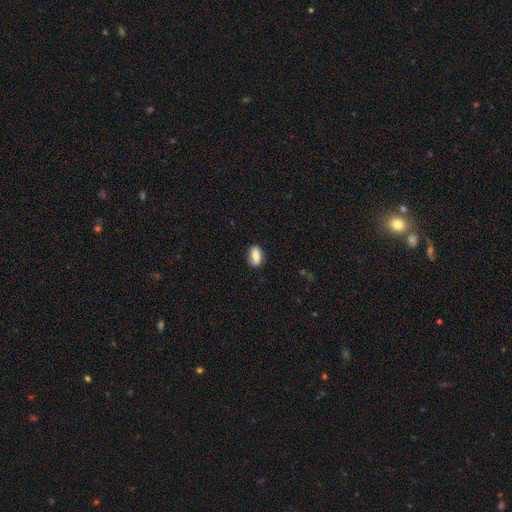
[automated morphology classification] smooth_or_featured: smooth (p=0.78) [alt: featured or disk p=0.15]
how_rounded: in between (p=0.85) [alt: round p=0.07]
merging: none (p=0.83) [alt: minor disturbance p=0.13]